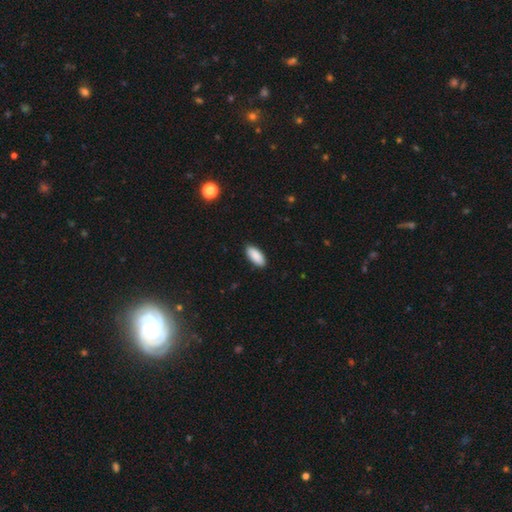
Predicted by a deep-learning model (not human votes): Morphology: type=smooth (90%); roundness=in between (88%); merging=none (90%).